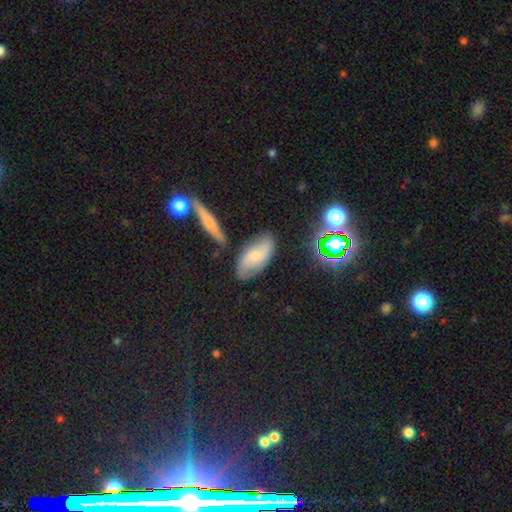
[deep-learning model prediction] A featured or disk galaxy (46%). Merging: none (69%).